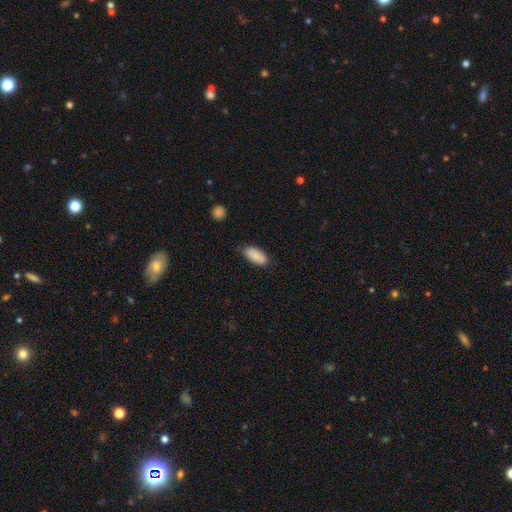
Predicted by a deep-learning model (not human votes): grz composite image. It shows a smooth galaxy with no disk features (89%) that is in between round and cigar-shaped (92%). Merging: none (78%).